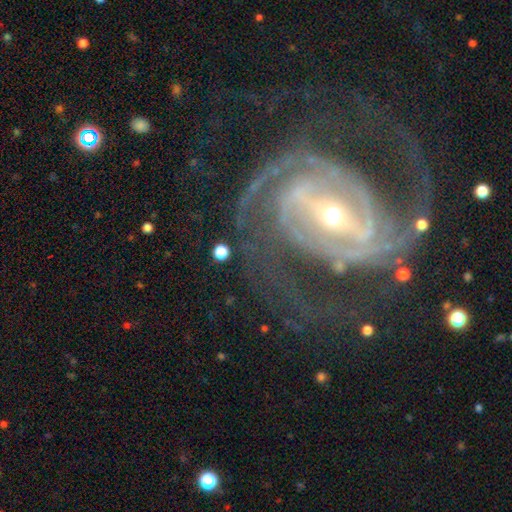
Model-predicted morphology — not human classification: Smooth or featured? Predicted: featured or disk (p=0.92). Edge-on disk? Predicted: no (p=0.97). Bar? Predicted: strong (p=0.63). Spiral arms? Predicted: yes (p=0.98). Spiral winding? Predicted: medium (p=0.45). Spiral arm count? Predicted: 2 (p=0.57). Bulge size? Predicted: small (p=0.59). Merging? Predicted: none (p=0.64).